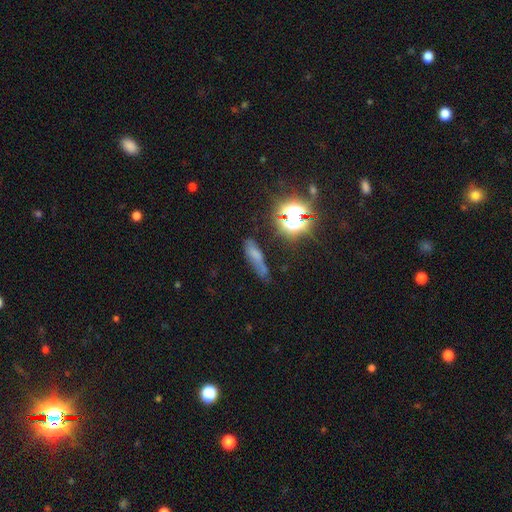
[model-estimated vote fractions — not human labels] A smooth galaxy with no disk features (51%) that is cigar-shaped (62%).

Vote fractions:
- Smooth or featured? smooth: 51% / star or artifact: 28% / featured or disk: 21%
- How rounded? cigar-shaped: 62% / in between: 30% / round: 8%
- Merging? none: 51% / minor disturbance: 28% / major disturbance: 14% / merger: 6%